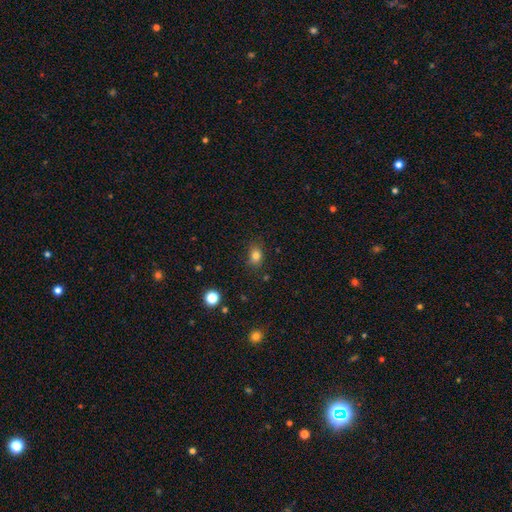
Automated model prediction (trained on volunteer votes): Q: Smooth or featured?
A: smooth (80%); runner-up: star or artifact (13%)
Q: How rounded?
A: in between (60%); runner-up: round (38%)
Q: Merging?
A: none (78%); runner-up: minor disturbance (16%)